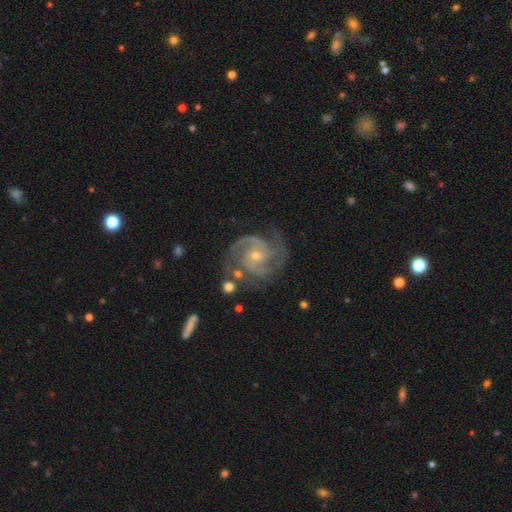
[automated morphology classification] Smooth or featured?
  - featured or disk: 92% *
  - star or artifact: 5%
  - smooth: 3%
Edge-on disk?
  - no: 98% *
  - yes: 2%
Bar?
  - no: 62% *
  - weak: 28%
  - strong: 9%
Spiral arms?
  - yes: 99% *
  - no: 1%
Spiral winding?
  - tight: 50% *
  - medium: 45%
  - loose: 6%
Spiral arm count?
  - 2: 56% *
  - 3: 28%
  - can't tell: 5%
  - 4: 4%
  - 1: 3%
  - more than 4: 3%
Bulge size?
  - small: 70% *
  - moderate: 27%
  - none: 1%
  - large: 1%
  - dominant: 1%
Merging?
  - none: 75% *
  - minor disturbance: 16%
  - major disturbance: 6%
  - merger: 3%